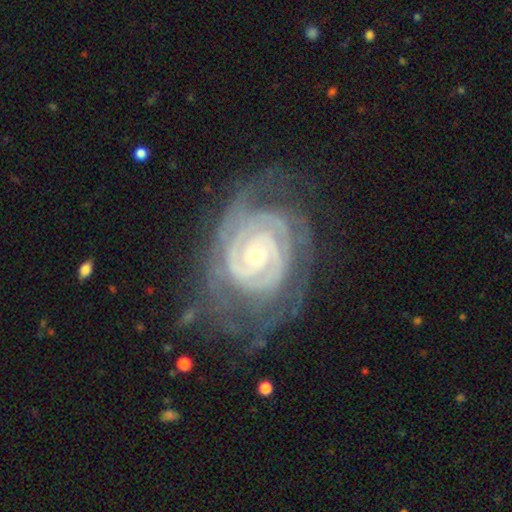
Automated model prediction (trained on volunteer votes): The model was most divided on "spiral arm count": 2: 34%, can't tell: 22%, 3: 19%, 4: 13%, more than 4: 7%, 1: 6%. More confident: spiral arms — yes (98%); edge-on disk — no (97%); smooth or featured — featured or disk (91%); spiral winding — tight (82%); bulge size — small (73%); bar — no (69%); merging — none (64%).